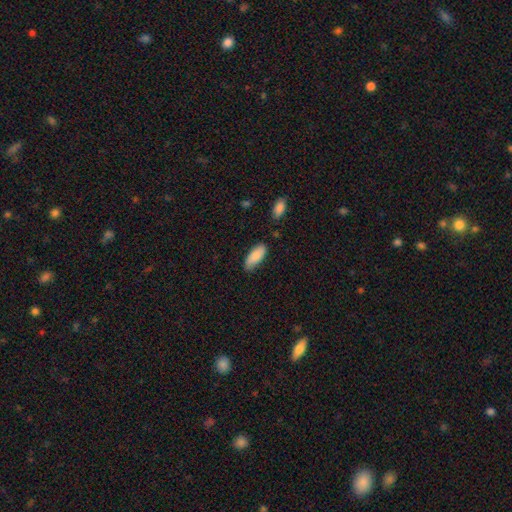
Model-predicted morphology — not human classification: type=smooth (85%); roundness=in between (80%); merging=none (77%).